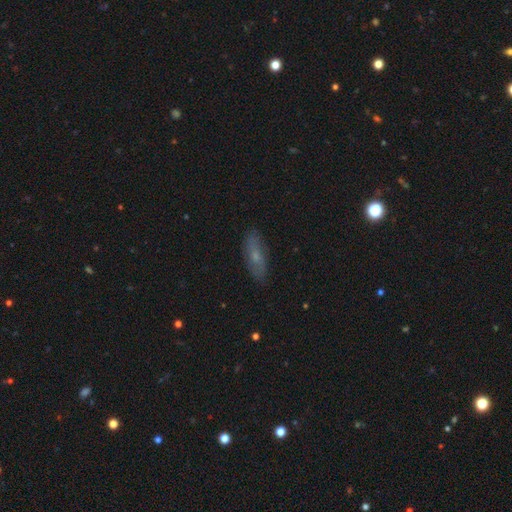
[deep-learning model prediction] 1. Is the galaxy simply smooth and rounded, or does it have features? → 53% smooth, 37% featured or disk, 10% star or artifact.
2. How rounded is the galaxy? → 56% in between, 41% cigar-shaped, 3% round.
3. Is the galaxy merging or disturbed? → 84% none, 12% minor disturbance, 3% major disturbance, 1% merger.